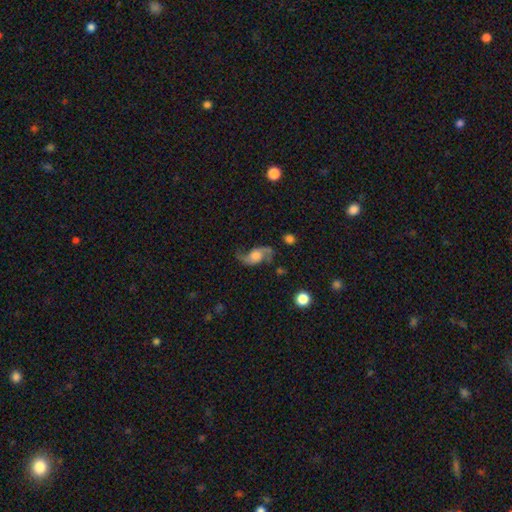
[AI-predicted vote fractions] featured or disk 82%, smooth 12%, star or artifact 7%. Down the decision tree: edge-on disk — no (95%); bar — no (65%); spiral arms — yes (96%); spiral arm count — 2 (93%); spiral winding — loose (73%); bulge size — large (35%); merging — none (70%).